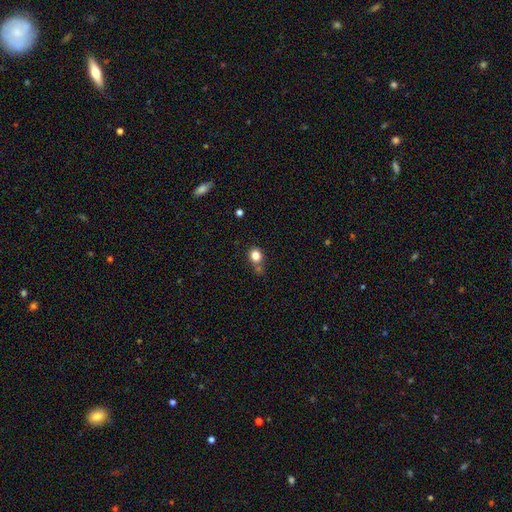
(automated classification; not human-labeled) Morphology: type=smooth (82%); roundness=round (70%); merging=none (59%).